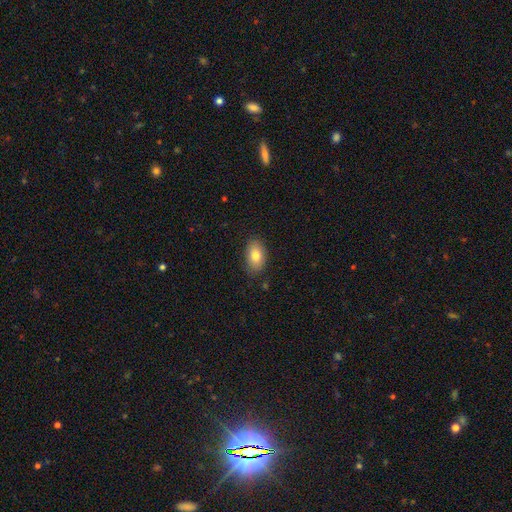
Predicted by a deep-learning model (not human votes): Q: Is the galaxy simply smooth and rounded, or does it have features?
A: smooth — 79%.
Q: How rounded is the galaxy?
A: in between — 91%.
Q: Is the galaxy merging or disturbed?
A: none — 85%.